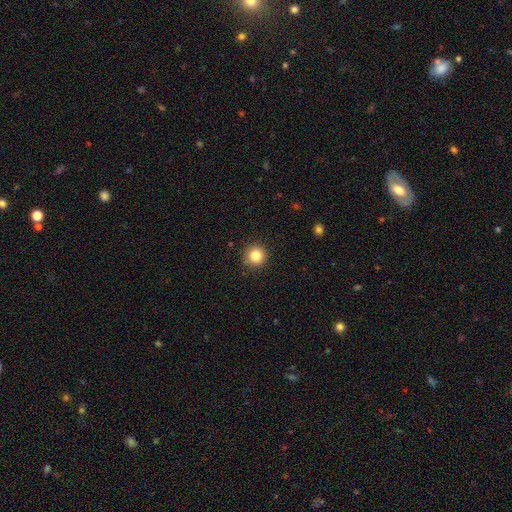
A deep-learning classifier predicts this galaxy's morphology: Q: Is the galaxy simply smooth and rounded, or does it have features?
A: smooth — 84%.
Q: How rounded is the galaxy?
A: round — 94%.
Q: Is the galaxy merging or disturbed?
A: none — 90%.